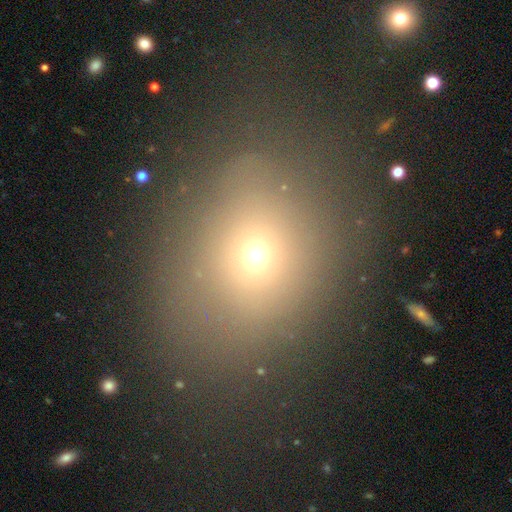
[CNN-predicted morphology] Smooth or featured: smooth — 64% (star or artifact — 22%)
How rounded: round — 67% (in between — 32%)
Merging: none — 68% (minor disturbance — 16%)